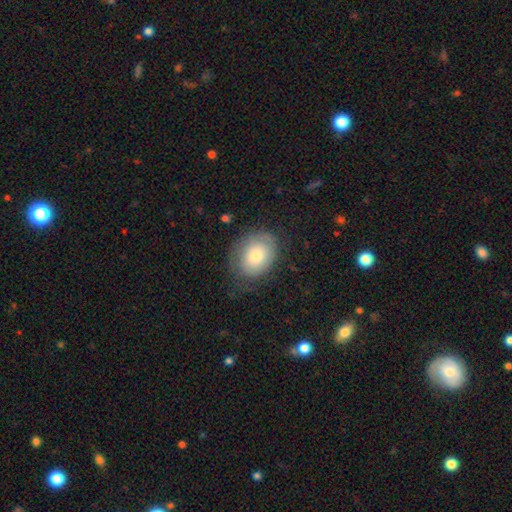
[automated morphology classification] Smooth or featured? smooth (71%)
How rounded? in between (65%)
Merging? none (66%)